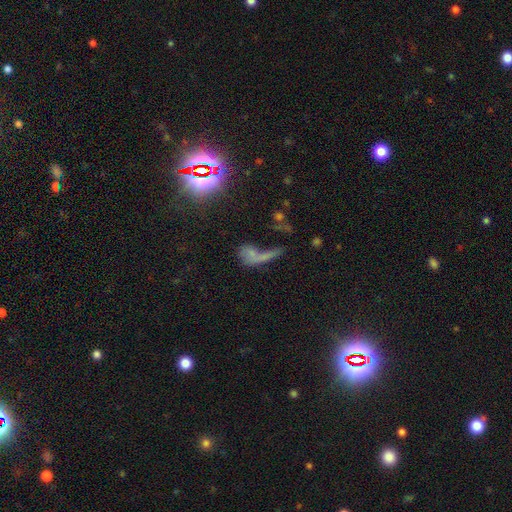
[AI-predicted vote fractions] Smooth or featured?
  - smooth: 42% *
  - star or artifact: 33%
  - featured or disk: 25%
Merging?
  - merger: 34% *
  - none: 31%
  - major disturbance: 23%
  - minor disturbance: 12%